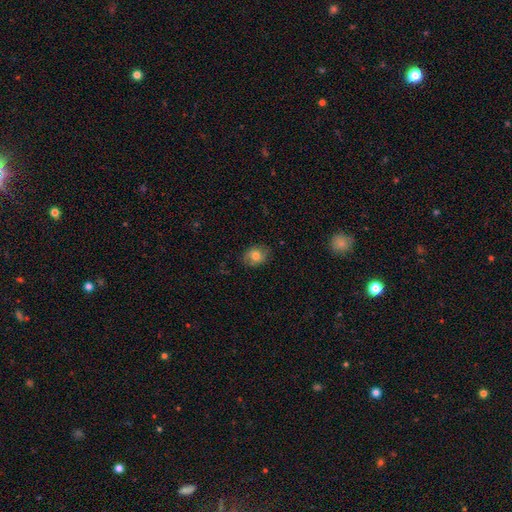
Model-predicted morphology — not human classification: The model was most divided on "how rounded": in between: 58%, round: 41%, cigar-shaped: 1%. More confident: merging — none (78%); smooth or featured — smooth (70%).